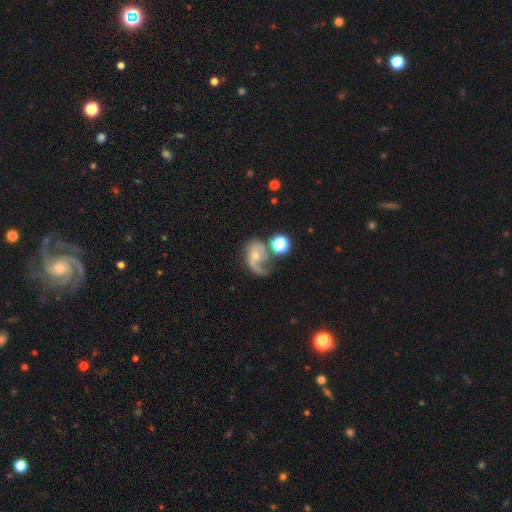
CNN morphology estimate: This is likely a featured or disk galaxy (67%). It is clearly not viewed edge-on (97%). Bar: likely no (68%). Spiral arm pattern: clearly yes (85%). Spiral arm count: possibly 1 (52%). Spiral winding: possibly loose (50%). Central bulge: possibly small (52%). Merging: marginally none (34%).